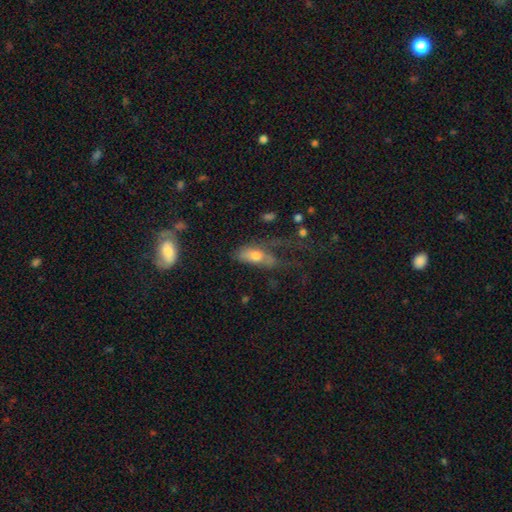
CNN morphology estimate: Q: Smooth or featured?
A: smooth (63%); runner-up: featured or disk (27%)
Q: How rounded?
A: in between (78%); runner-up: cigar-shaped (17%)
Q: Merging?
A: major disturbance (48%); runner-up: none (24%)